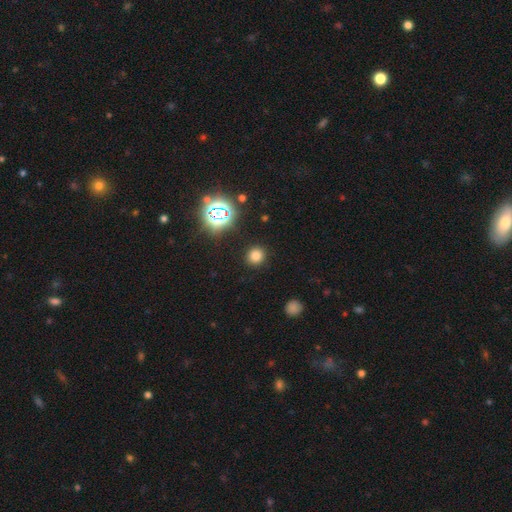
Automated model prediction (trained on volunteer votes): Q: Smooth or featured?
A: smooth (76%); runner-up: star or artifact (19%)
Q: How rounded?
A: round (90%); runner-up: in between (9%)
Q: Merging?
A: none (90%); runner-up: minor disturbance (6%)